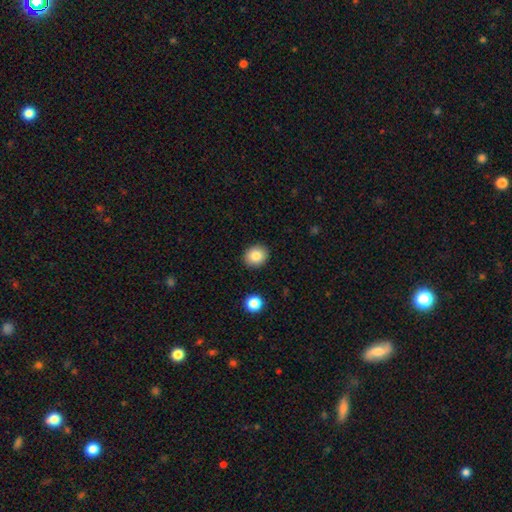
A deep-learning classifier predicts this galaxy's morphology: This appears to be a smooth galaxy with no disk features (84%) that is round (74%). Merging: none (91%).